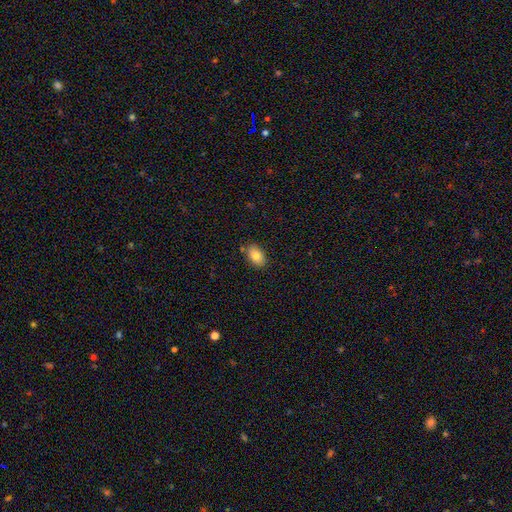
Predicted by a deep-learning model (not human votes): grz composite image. It shows a smooth galaxy with no disk features (81%) that is in between round and cigar-shaped (88%). Merging: none (85%).